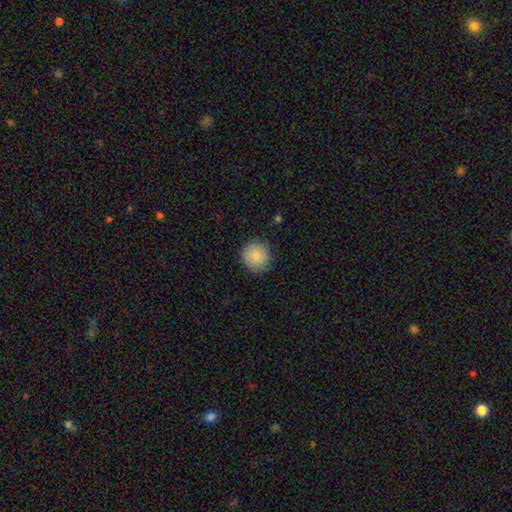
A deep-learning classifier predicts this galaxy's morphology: This is clearly a smooth galaxy (88%). How rounded: clearly round (93%). Merging: clearly none (89%).